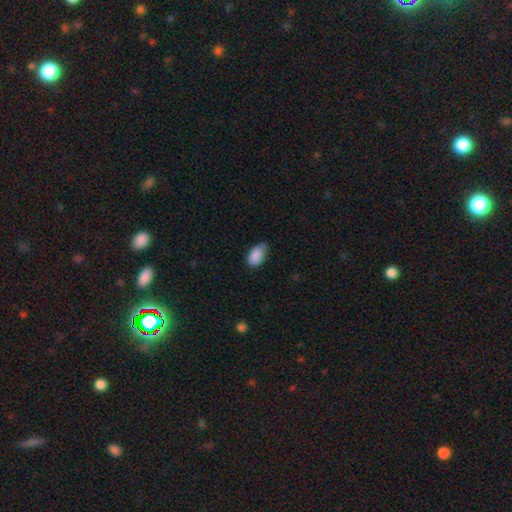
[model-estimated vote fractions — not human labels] Smooth or featured? Predicted: smooth (p=0.88). How rounded? Predicted: in between (p=0.92). Merging? Predicted: none (p=0.53).